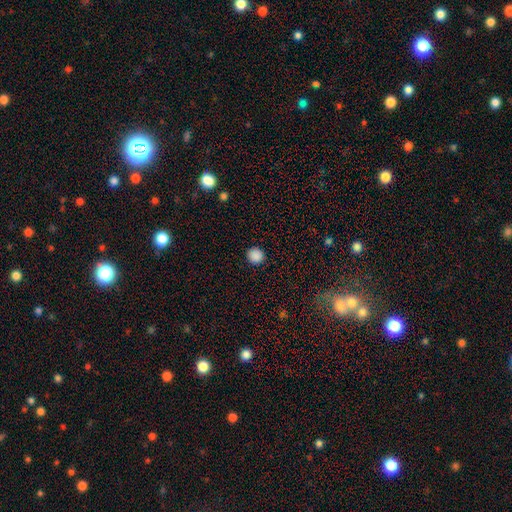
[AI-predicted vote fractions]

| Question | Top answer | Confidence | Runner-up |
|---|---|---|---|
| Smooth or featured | smooth | 87% | star or artifact (10%) |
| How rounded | round | 92% | in between (7%) |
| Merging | none | 91% | minor disturbance (6%) |